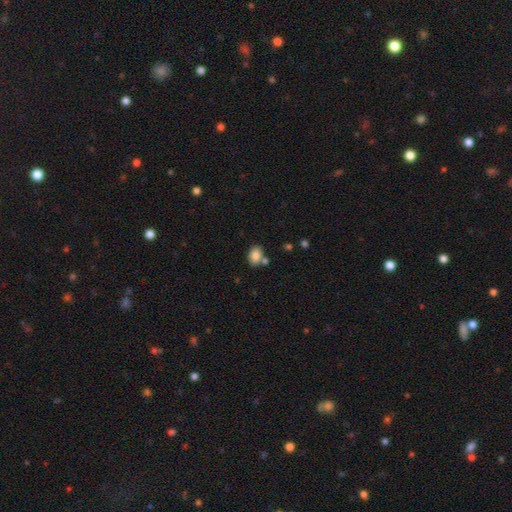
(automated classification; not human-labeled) Overall: smooth (84%). How rounded: in between (76%). Merging: none (67%).